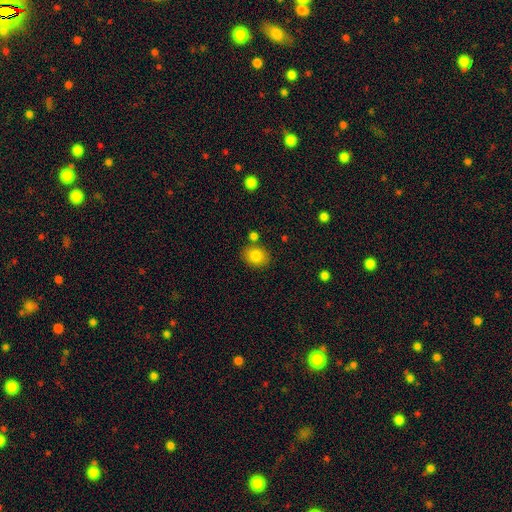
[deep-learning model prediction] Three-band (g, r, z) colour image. It shows a smooth galaxy with no disk features (81%) that is round (54%). Merging: none (78%).